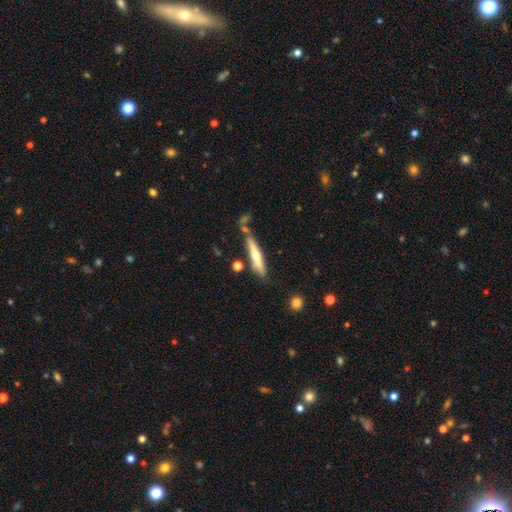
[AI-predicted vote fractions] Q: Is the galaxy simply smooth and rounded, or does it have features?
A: smooth — 51%.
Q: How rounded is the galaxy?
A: cigar-shaped — 90%.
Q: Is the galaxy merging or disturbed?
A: none — 71%.